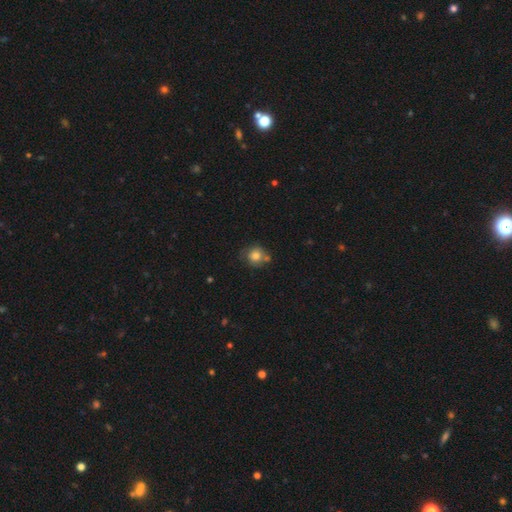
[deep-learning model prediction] Smooth or featured: smooth — 77% (featured or disk — 13%)
How rounded: round — 83% (in between — 16%)
Merging: none — 56% (minor disturbance — 22%)